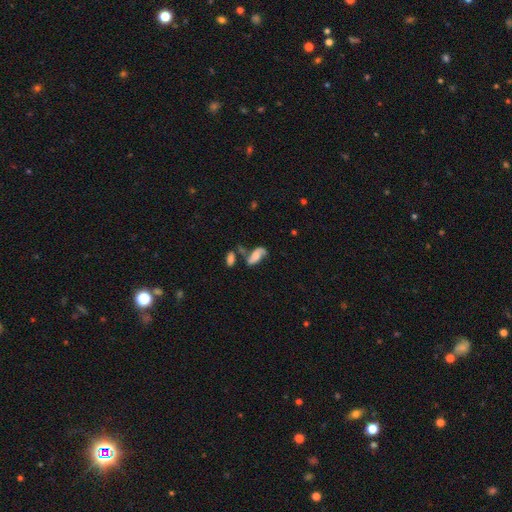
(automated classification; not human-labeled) Morphology: type=featured or disk (55%); edge-on=no (93%); bar=no (61%); spiral arms=yes (88%); bulge=none (40%); merging=none (40%).